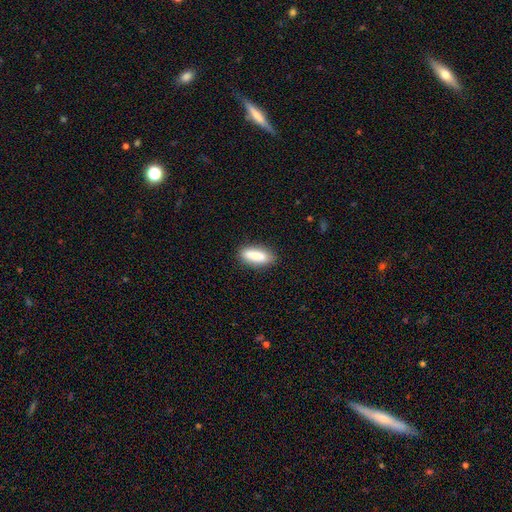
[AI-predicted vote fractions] A smooth galaxy with no disk features (86%) that is in between round and cigar-shaped (65%). Merging: none (85%).